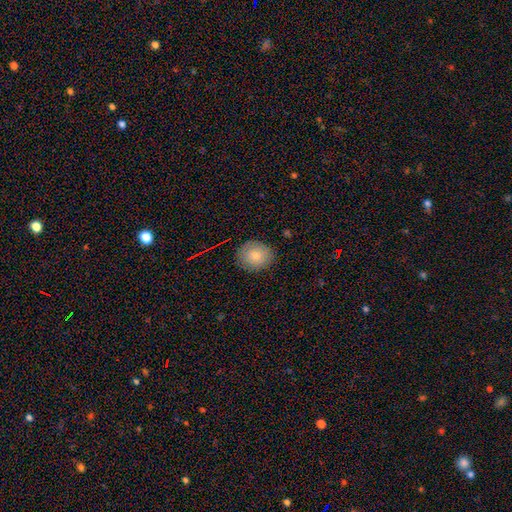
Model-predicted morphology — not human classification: Smooth or featured?
  - smooth: 78% *
  - featured or disk: 12%
  - star or artifact: 9%
How rounded?
  - round: 71% *
  - in between: 28%
  - cigar-shaped: 1%
Merging?
  - none: 85% *
  - minor disturbance: 11%
  - major disturbance: 3%
  - merger: 1%